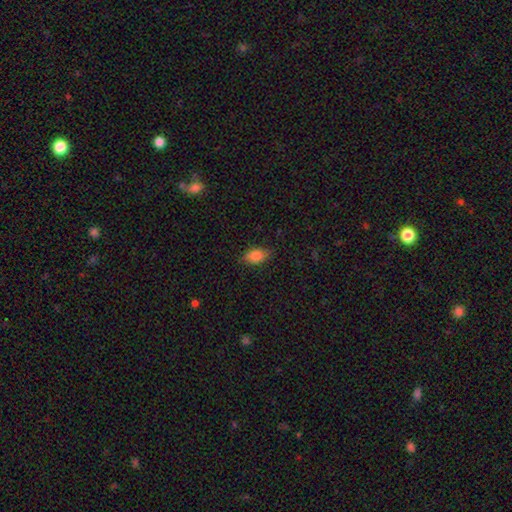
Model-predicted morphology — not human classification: A smooth galaxy with no disk features (83%) that is in between round and cigar-shaped (86%). Merging: none (78%).